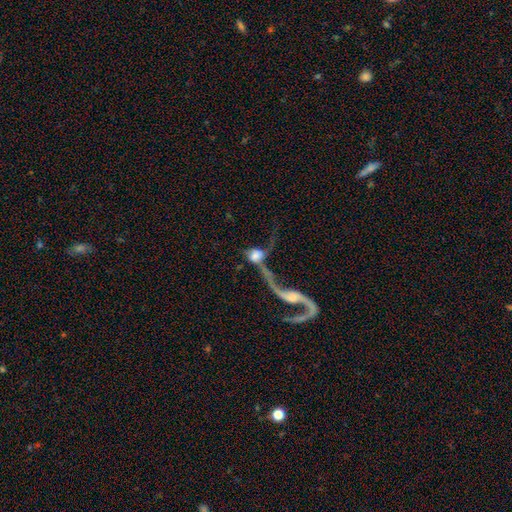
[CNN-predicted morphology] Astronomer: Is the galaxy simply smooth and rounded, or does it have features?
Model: featured or disk — 57% (runner-up: smooth, 33%).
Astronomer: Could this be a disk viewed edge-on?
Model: no — 90%.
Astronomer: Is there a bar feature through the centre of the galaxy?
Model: no — 65%.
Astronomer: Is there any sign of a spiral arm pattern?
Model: yes — 63%.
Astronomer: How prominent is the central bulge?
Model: moderate — 27% (runner-up: large, 23%).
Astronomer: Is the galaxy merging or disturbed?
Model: merger — 63%.